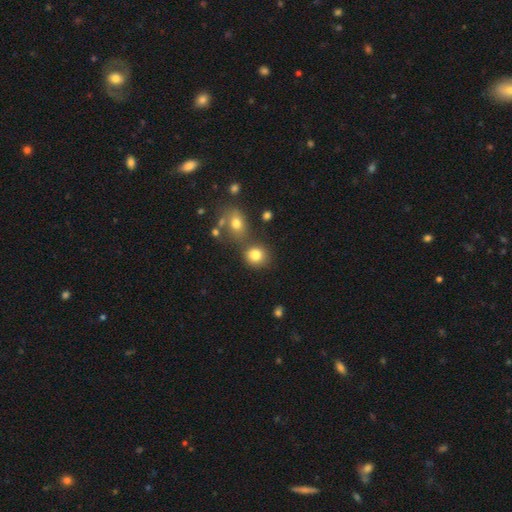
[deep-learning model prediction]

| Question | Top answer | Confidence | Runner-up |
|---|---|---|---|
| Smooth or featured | smooth | 81% | star or artifact (12%) |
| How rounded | round | 80% | in between (19%) |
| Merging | none | 63% | merger (21%) |